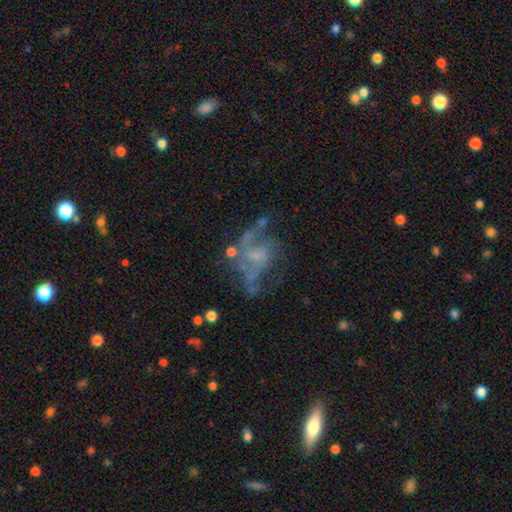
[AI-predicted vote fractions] Smooth or featured?
  - featured or disk: 74% *
  - smooth: 14%
  - star or artifact: 12%
Edge-on disk?
  - no: 98% *
  - yes: 2%
Bar?
  - no: 67% *
  - weak: 28%
  - strong: 5%
Spiral arms?
  - yes: 71% *
  - no: 29%
Spiral winding?
  - loose: 49% *
  - medium: 38%
  - tight: 13%
Spiral arm count?
  - 2: 37% *
  - can't tell: 25%
  - 3: 18%
  - 1: 10%
  - 4: 5%
  - more than 4: 4%
Bulge size?
  - small: 45% *
  - none: 37%
  - moderate: 15%
  - large: 2%
  - dominant: 1%
Merging?
  - none: 39% *
  - major disturbance: 35%
  - minor disturbance: 18%
  - merger: 7%